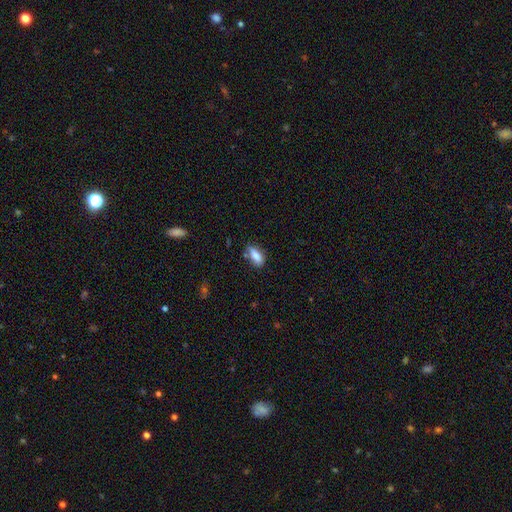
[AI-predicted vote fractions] Morphology: type=smooth (83%); roundness=in between (73%); merging=none (72%).